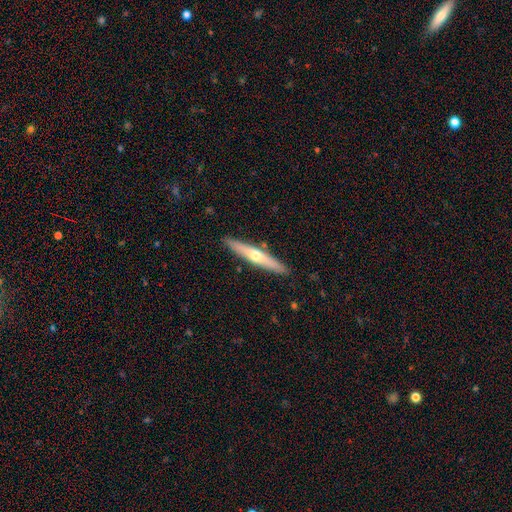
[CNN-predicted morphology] Smooth or featured? featured or disk (54%)
Edge-on disk? yes (93%)
Merging? none (90%)